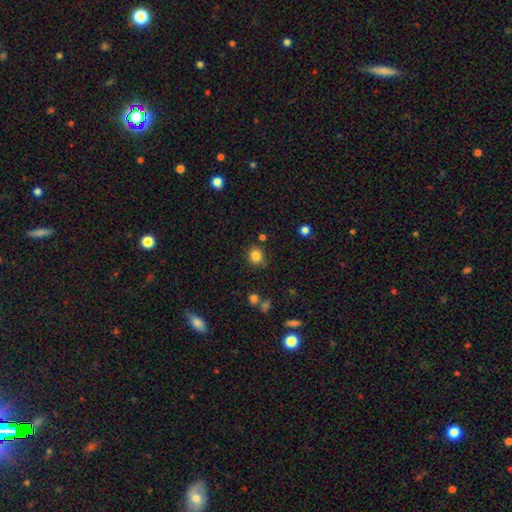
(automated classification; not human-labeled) smooth 83%, star or artifact 12%, featured or disk 5%. Down the decision tree: how rounded — round (84%); merging — none (81%).